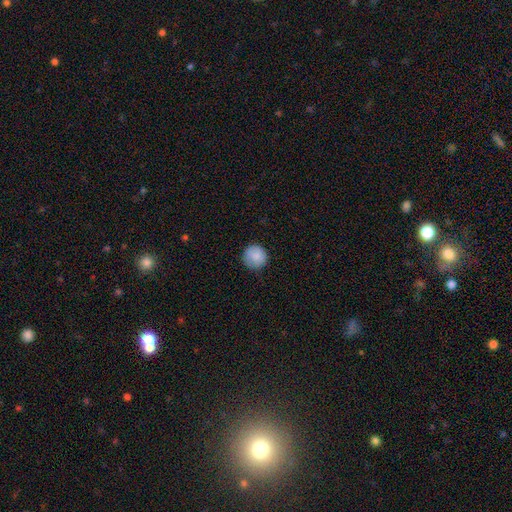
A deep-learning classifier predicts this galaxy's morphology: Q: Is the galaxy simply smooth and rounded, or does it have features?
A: smooth — 86%.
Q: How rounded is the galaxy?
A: round — 94%.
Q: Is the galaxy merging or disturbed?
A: none — 83%.